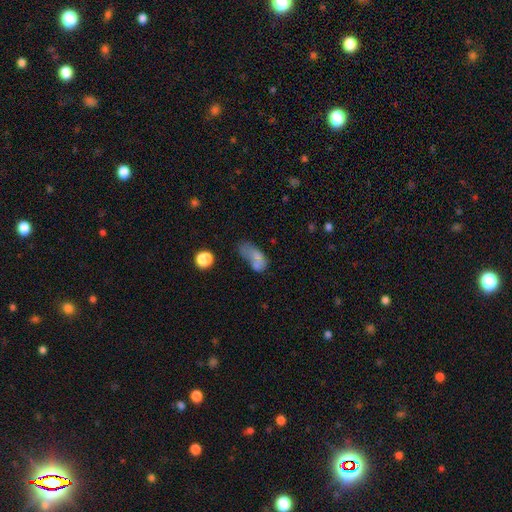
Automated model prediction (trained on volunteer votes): A smooth galaxy with no disk features (61%) that is in between round and cigar-shaped (82%).

Vote fractions:
- Smooth or featured? smooth: 61% / featured or disk: 25% / star or artifact: 14%
- How rounded? in between: 82% / round: 9% / cigar-shaped: 9%
- Merging? merger: 31% / none: 25% / major disturbance: 25% / minor disturbance: 19%